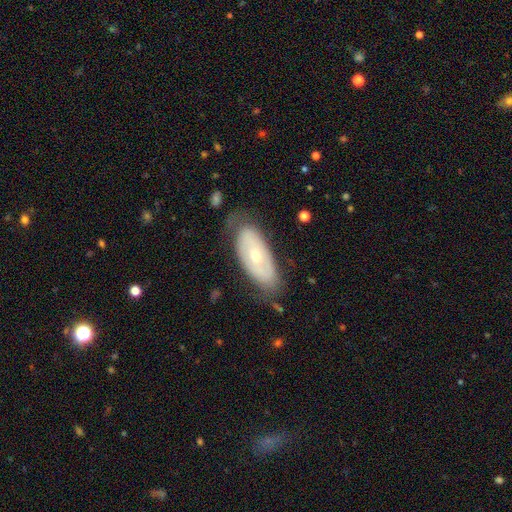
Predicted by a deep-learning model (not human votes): The model was most divided on "smooth or featured": featured or disk: 56%, smooth: 38%, star or artifact: 6%. More confident: edge-on disk — no (85%); merging — none (67%).